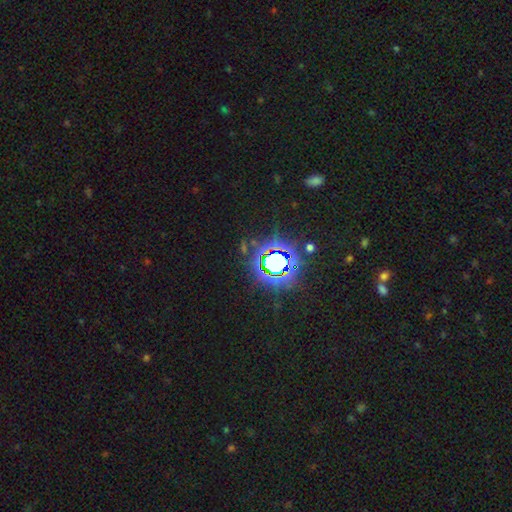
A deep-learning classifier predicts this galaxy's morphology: This appears to be a star or artifact, not a galaxy (81%).